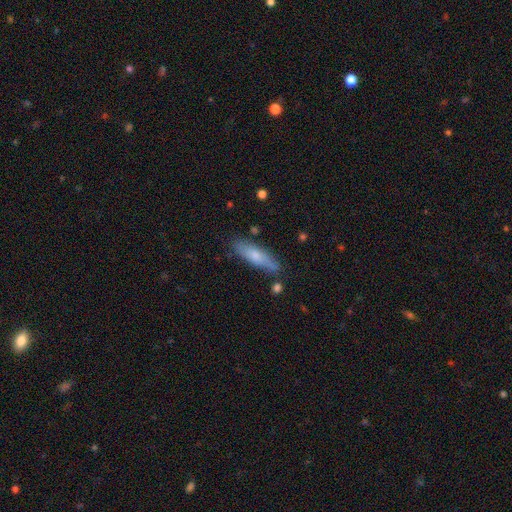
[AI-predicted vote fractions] Smooth or featured: smooth — 67% (featured or disk — 27%)
How rounded: cigar-shaped — 66% (in between — 32%)
Merging: none — 77% (minor disturbance — 16%)